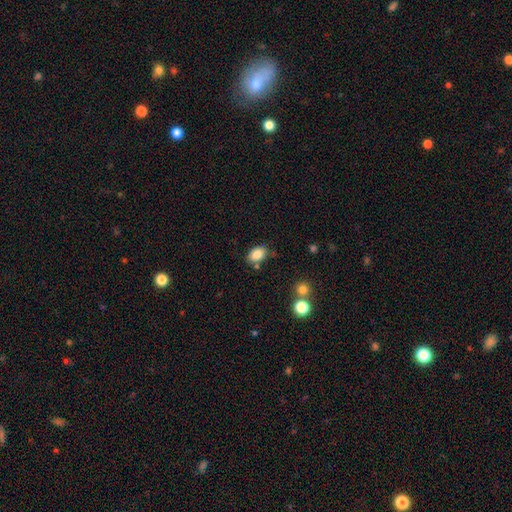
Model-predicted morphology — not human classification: smooth-or-featured: smooth: 85% | star or artifact: 9% | featured or disk: 6%
  how-rounded: in between: 86% | round: 13% | cigar-shaped: 1%
  merging: none: 75% | minor disturbance: 15% | merger: 6% | major disturbance: 4%